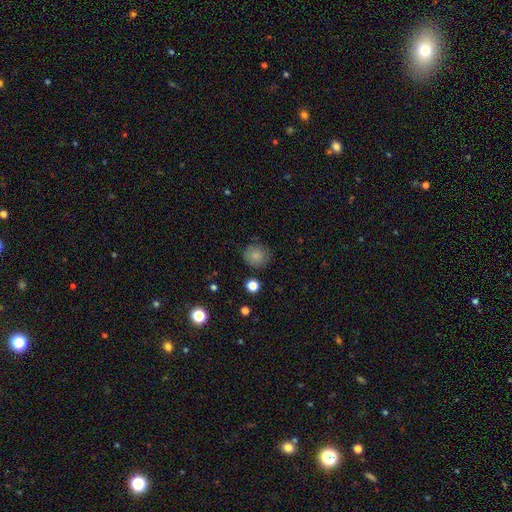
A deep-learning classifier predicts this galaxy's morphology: A smooth galaxy with no disk features (84%) that is round (88%). Merging: none (84%).